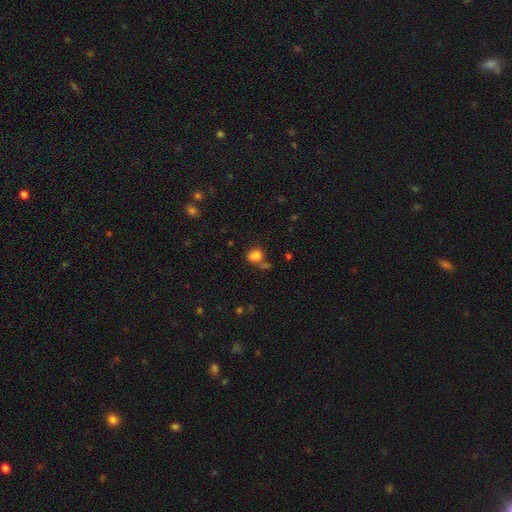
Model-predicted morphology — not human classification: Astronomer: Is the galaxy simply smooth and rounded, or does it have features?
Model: smooth — 80%.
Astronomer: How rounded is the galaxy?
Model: round — 53% (runner-up: in between, 46%).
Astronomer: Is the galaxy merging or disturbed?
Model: none — 50% (runner-up: merger, 26%).